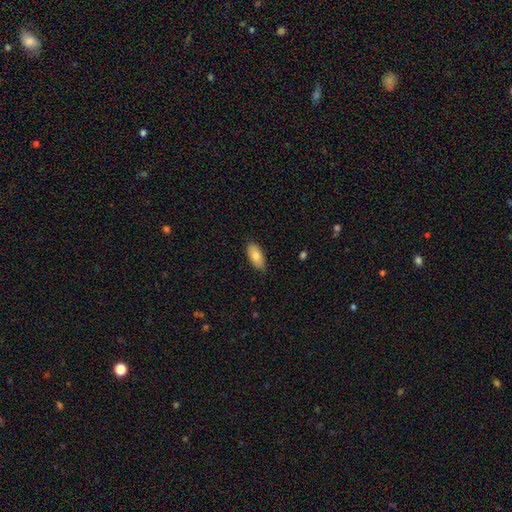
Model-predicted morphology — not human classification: Smooth or featured?
  - smooth: 82% *
  - featured or disk: 12%
  - star or artifact: 6%
How rounded?
  - in between: 92% *
  - cigar-shaped: 6%
  - round: 2%
Merging?
  - none: 79% *
  - minor disturbance: 18%
  - major disturbance: 2%
  - merger: 1%